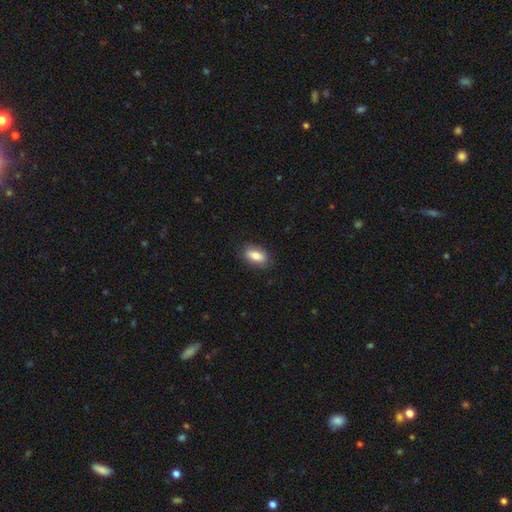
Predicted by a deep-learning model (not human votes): smooth-or-featured: smooth: 80% | featured or disk: 13% | star or artifact: 7%
  how-rounded: in between: 90% | cigar-shaped: 6% | round: 4%
  merging: none: 83% | minor disturbance: 13% | major disturbance: 3% | merger: 1%